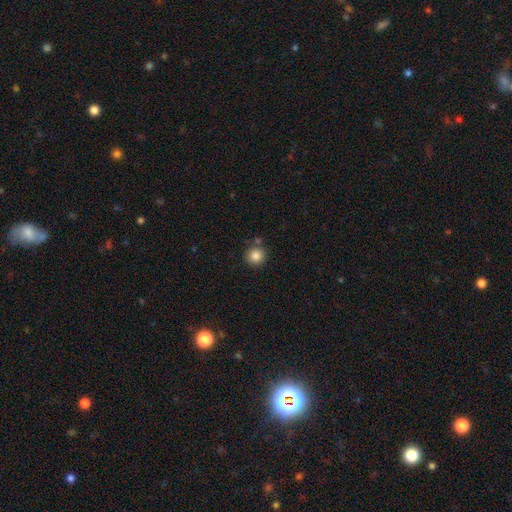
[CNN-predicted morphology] A smooth galaxy with no disk features (85%) that is round (94%).

Vote fractions:
- Smooth or featured? smooth: 85% / star or artifact: 10% / featured or disk: 5%
- How rounded? round: 94% / in between: 5% / cigar-shaped: 1%
- Merging? none: 78% / minor disturbance: 10% / merger: 10% / major disturbance: 3%